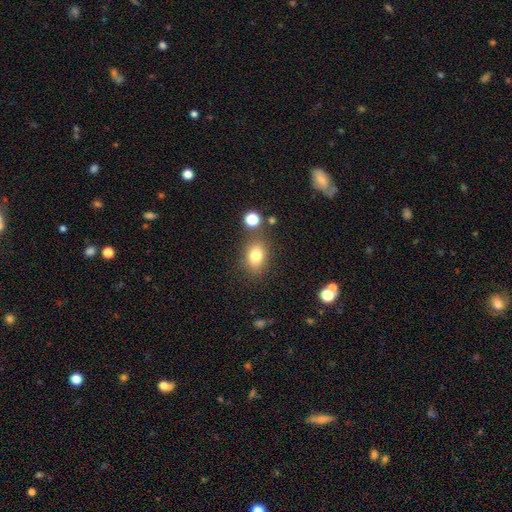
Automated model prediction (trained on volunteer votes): Smooth or featured? Predicted: smooth (p=0.79). How rounded? Predicted: in between (p=0.66). Merging? Predicted: none (p=0.77).